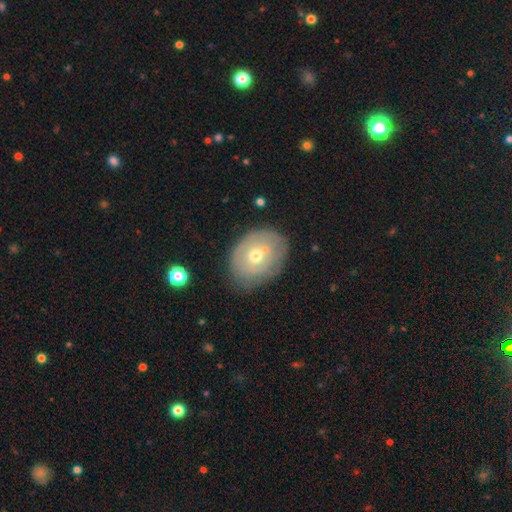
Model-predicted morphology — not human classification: type=featured or disk (51%); edge-on=no (94%); merging=none (75%).